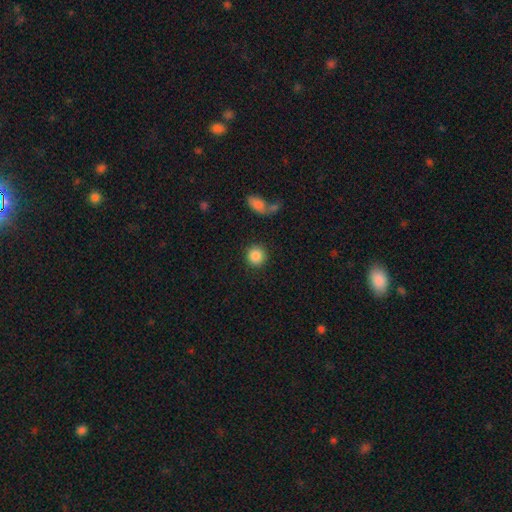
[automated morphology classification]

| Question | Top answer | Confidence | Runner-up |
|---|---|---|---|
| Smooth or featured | smooth | 88% | star or artifact (8%) |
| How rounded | round | 92% | in between (7%) |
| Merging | none | 87% | minor disturbance (6%) |